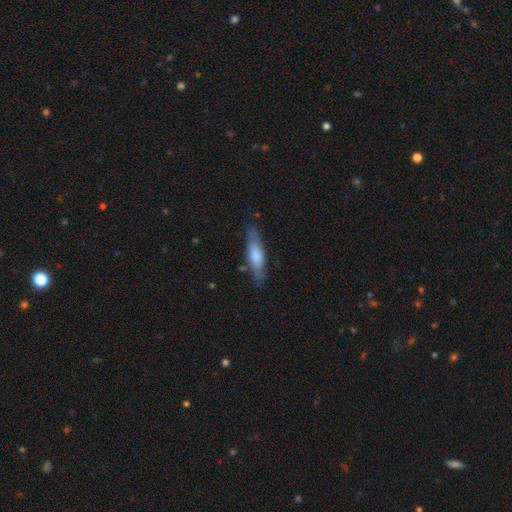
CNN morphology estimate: Smooth or featured? Predicted: smooth (p=0.66). How rounded? Predicted: cigar-shaped (p=0.67). Merging? Predicted: none (p=0.79).